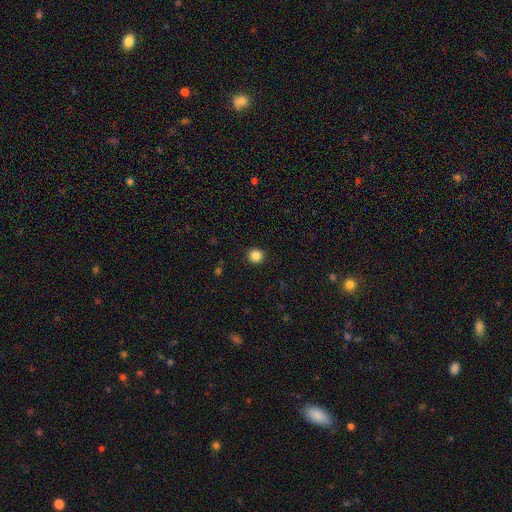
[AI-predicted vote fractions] This appears to be a smooth galaxy with no disk features (86%) that is round (95%). Merging: none (93%).